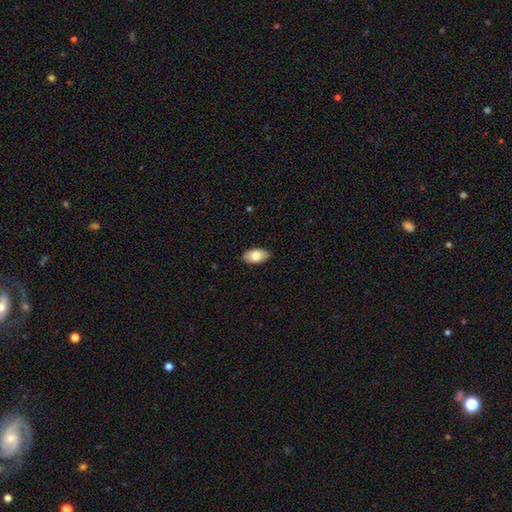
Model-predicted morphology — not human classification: Overall: smooth (80%). How rounded: in between (94%). Merging: none (89%).